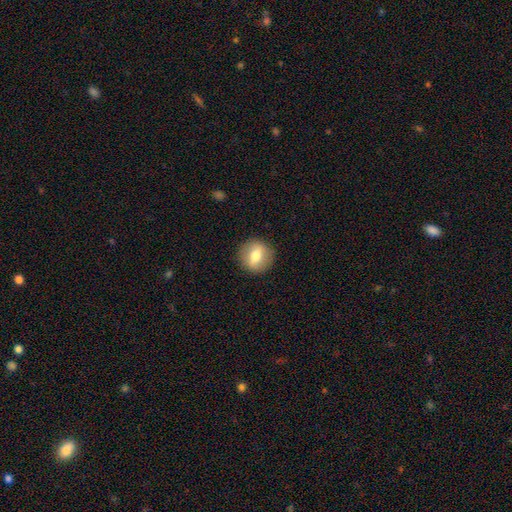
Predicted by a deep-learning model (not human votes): smooth-or-featured: smooth: 63% | featured or disk: 29% | star or artifact: 8%
  how-rounded: round: 86% | in between: 13% | cigar-shaped: 1%
  merging: none: 89% | minor disturbance: 7% | major disturbance: 2% | merger: 1%